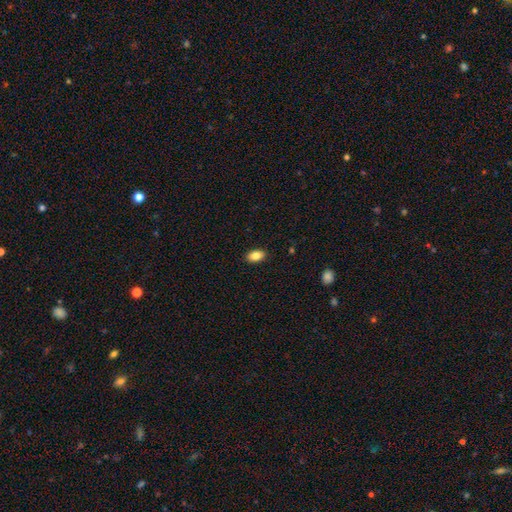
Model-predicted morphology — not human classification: The model was most divided on "smooth or featured": smooth: 86%, star or artifact: 8%, featured or disk: 6%. More confident: merging — none (90%); how rounded — in between (89%).